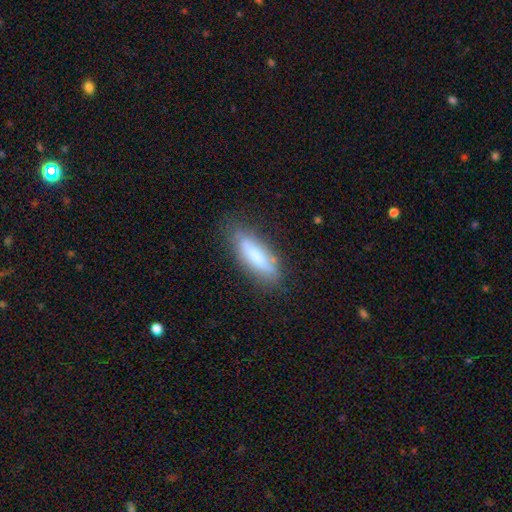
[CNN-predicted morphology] Smooth or featured? Predicted: smooth (p=0.61). How rounded? Predicted: cigar-shaped (p=0.55). Merging? Predicted: none (p=0.71).